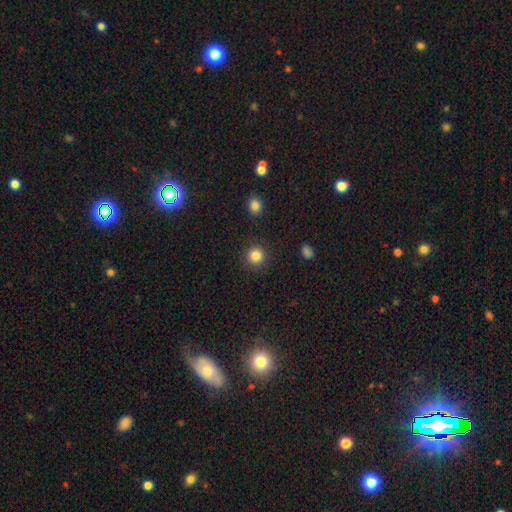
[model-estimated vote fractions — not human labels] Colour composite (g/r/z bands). It shows a smooth galaxy with no disk features (85%) that is round (94%). Merging: none (91%).